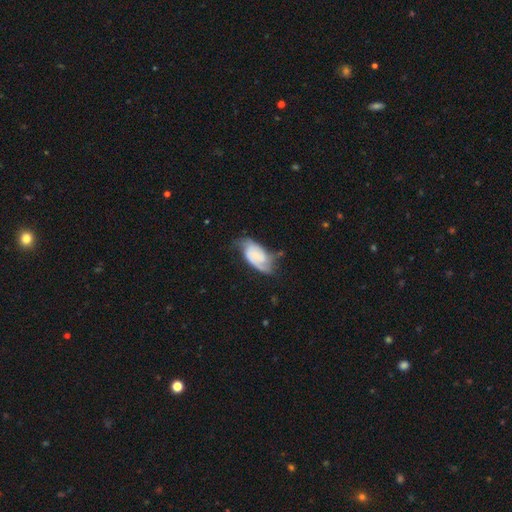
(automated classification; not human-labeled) featured or disk 67%, smooth 27%, star or artifact 6%. Down the decision tree: edge-on disk — no (95%); bar — no (64%); spiral arms — yes (91%); spiral arm count — 2 (72%); spiral winding — medium (42%); bulge size — small (54%); merging — none (48%).